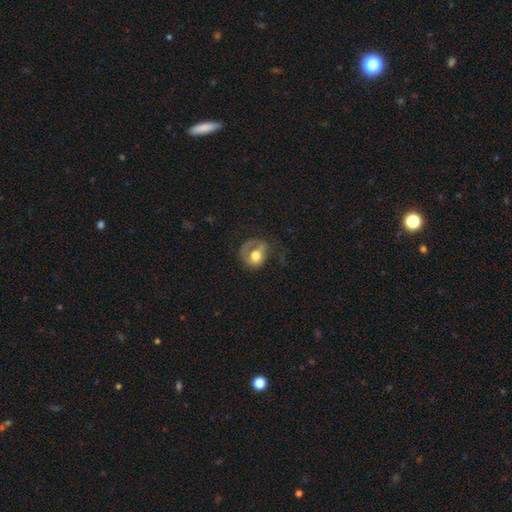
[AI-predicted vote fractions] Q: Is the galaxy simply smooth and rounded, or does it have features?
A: smooth — 53%.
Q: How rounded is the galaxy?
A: round — 64%.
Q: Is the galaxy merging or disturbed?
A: major disturbance — 36%, tied with none.